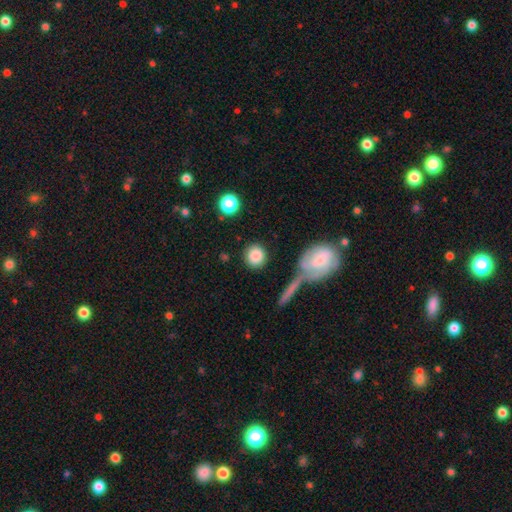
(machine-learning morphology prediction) Smooth or featured? Predicted: smooth (p=0.85). How rounded? Predicted: round (p=0.88). Merging? Predicted: none (p=0.80).